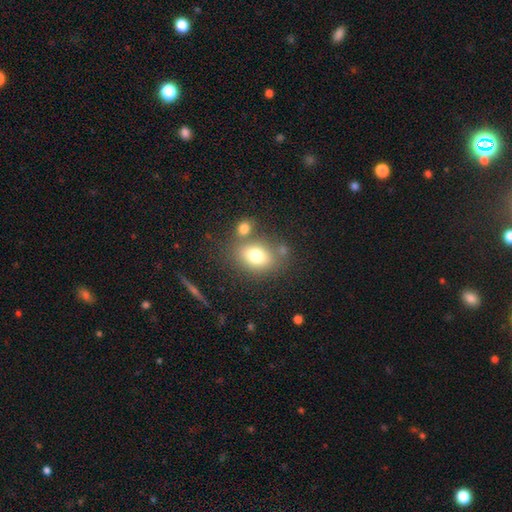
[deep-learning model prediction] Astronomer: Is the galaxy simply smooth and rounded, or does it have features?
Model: smooth — 76%.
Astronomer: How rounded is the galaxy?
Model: in between — 65%.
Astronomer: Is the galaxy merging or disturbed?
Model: none — 63%.